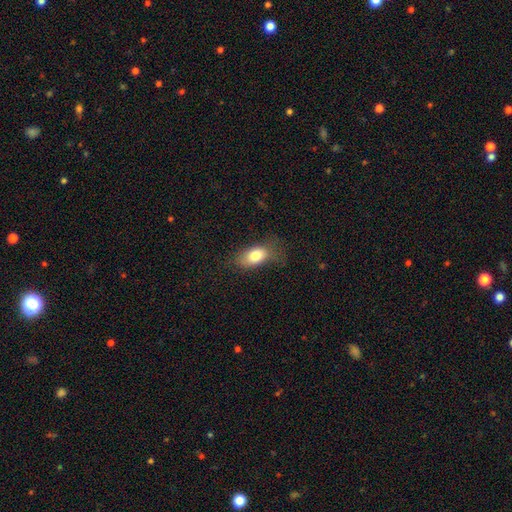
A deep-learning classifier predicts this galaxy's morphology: This is likely a smooth galaxy (79%). How rounded: clearly in between (88%). Merging: likely none (60%).